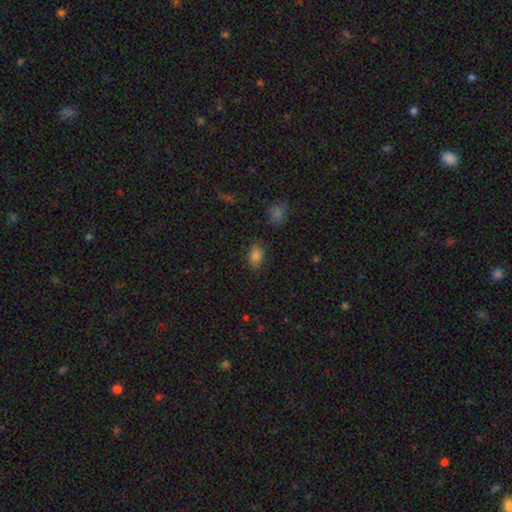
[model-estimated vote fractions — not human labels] smooth-or-featured: smooth: 83% | star or artifact: 12% | featured or disk: 5%
  how-rounded: in between: 84% | round: 15% | cigar-shaped: 2%
  merging: none: 85% | minor disturbance: 11% | major disturbance: 3% | merger: 2%